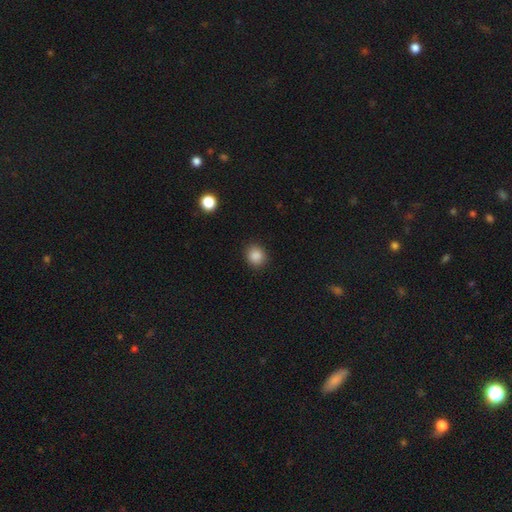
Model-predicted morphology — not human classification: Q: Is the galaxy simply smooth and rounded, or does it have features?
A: smooth — 87%.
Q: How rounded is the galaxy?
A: round — 79%.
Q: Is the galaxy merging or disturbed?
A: none — 89%.